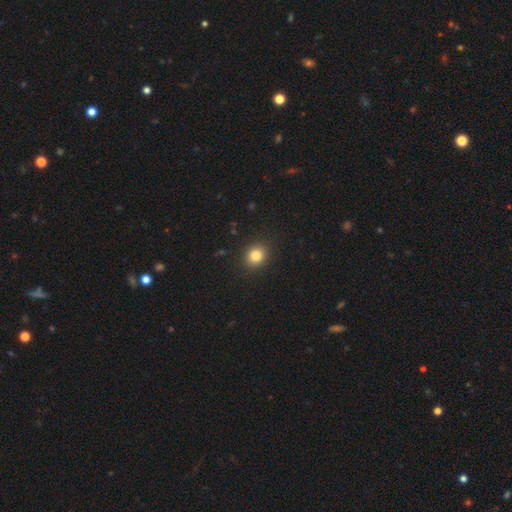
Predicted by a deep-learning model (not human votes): smooth_or_featured: smooth (p=0.83) [alt: star or artifact p=0.11]
how_rounded: round (p=0.73) [alt: in between p=0.26]
merging: none (p=0.90) [alt: minor disturbance p=0.07]